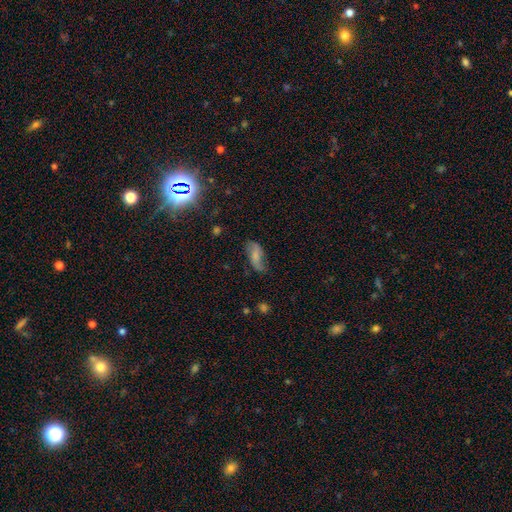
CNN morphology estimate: smooth-or-featured: smooth: 47% | featured or disk: 43% | star or artifact: 10%
  merging: none: 57% | minor disturbance: 27% | major disturbance: 14% | merger: 3%